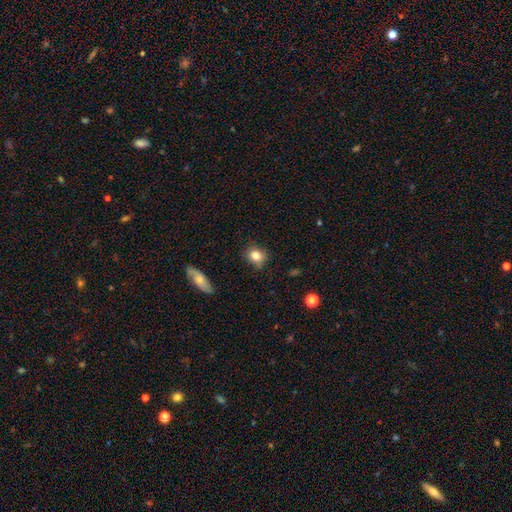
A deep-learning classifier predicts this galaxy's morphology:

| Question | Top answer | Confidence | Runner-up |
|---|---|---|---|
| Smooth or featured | smooth | 83% | star or artifact (9%) |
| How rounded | round | 65% | in between (33%) |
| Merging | none | 76% | minor disturbance (19%) |